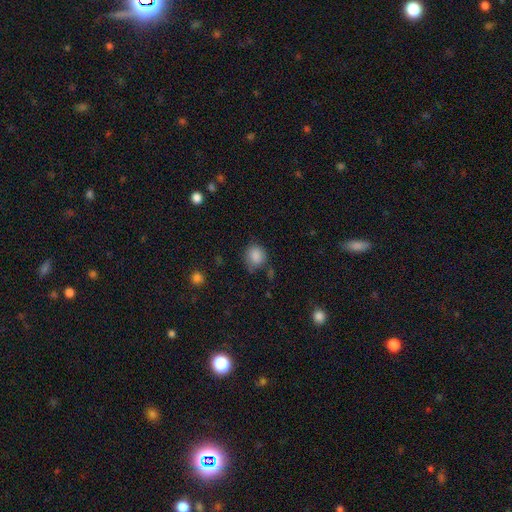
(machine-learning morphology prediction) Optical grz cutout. It shows a smooth galaxy with no disk features (85%) that is round (75%). Merging: none (66%).